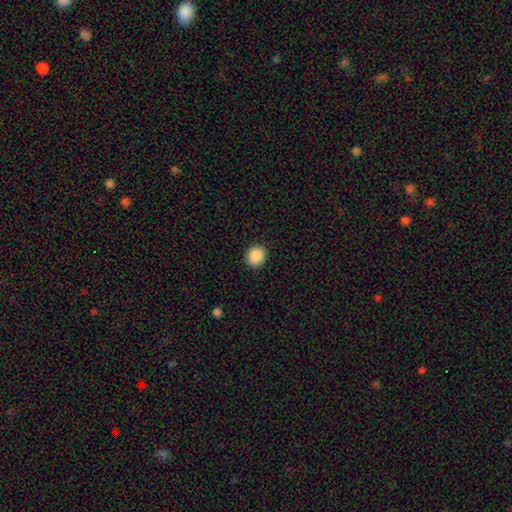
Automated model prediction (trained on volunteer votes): smooth 89%, star or artifact 8%, featured or disk 3%. Down the decision tree: how rounded — round (74%); merging — none (91%).